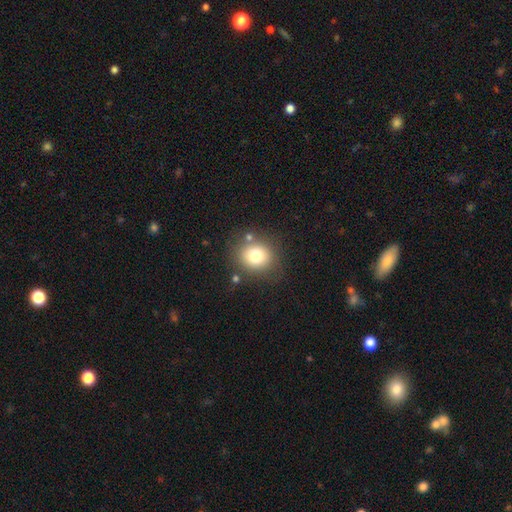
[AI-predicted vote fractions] This is likely a smooth galaxy (77%). How rounded: likely round (74%). Merging: likely none (77%).